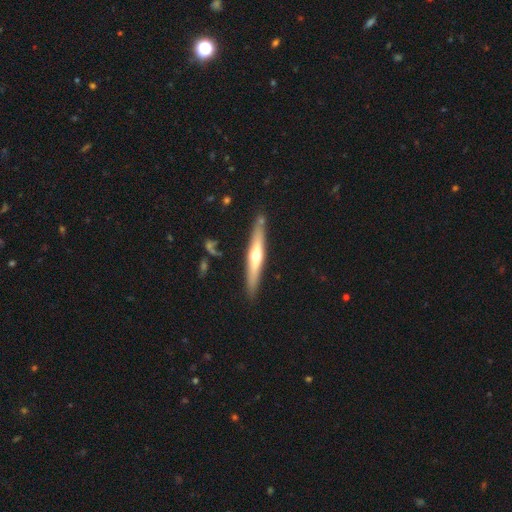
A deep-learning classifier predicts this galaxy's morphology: A featured or disk galaxy (60%) viewed edge-on (93%) with a rounded central bulge (87%). Merging: none (86%).